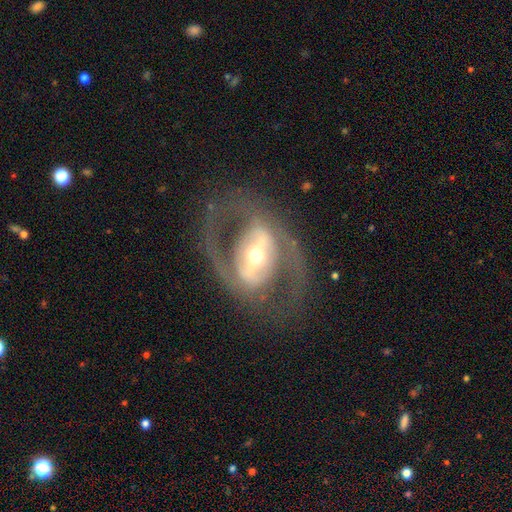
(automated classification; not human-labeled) This appears to be a featured or disk galaxy (84%) with a strong bar (54%), 2 (85%) medium (52%) spiral arms (72%) and a moderate central bulge (63%). Merging: none (71%).